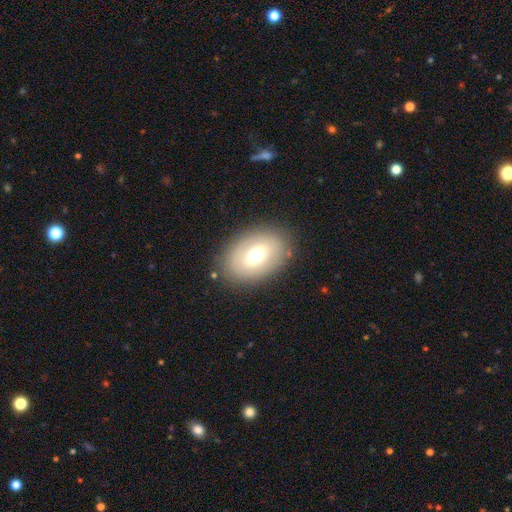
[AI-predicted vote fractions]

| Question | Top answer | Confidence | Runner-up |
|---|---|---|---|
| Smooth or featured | smooth | 58% | featured or disk (33%) |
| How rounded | in between | 84% | round (15%) |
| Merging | none | 83% | minor disturbance (11%) |